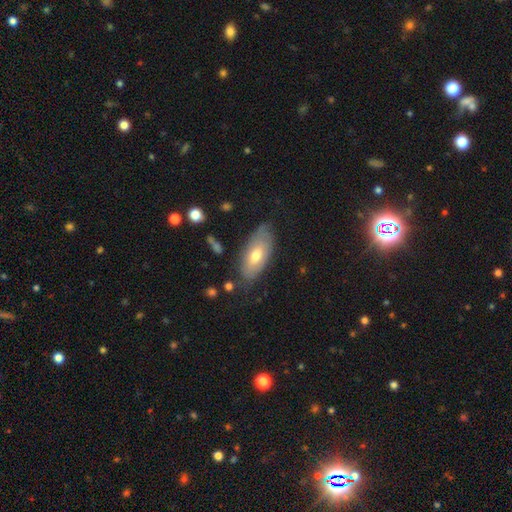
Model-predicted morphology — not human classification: Smooth or featured: smooth — 59% (featured or disk — 34%)
How rounded: in between — 86% (cigar-shaped — 11%)
Merging: none — 73% (minor disturbance — 21%)